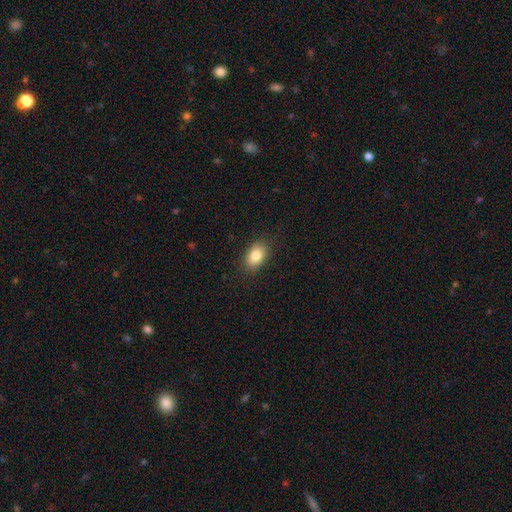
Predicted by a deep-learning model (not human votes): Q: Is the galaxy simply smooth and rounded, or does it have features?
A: smooth — 84%.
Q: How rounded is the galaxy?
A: in between — 86%.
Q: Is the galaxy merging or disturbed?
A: none — 86%.